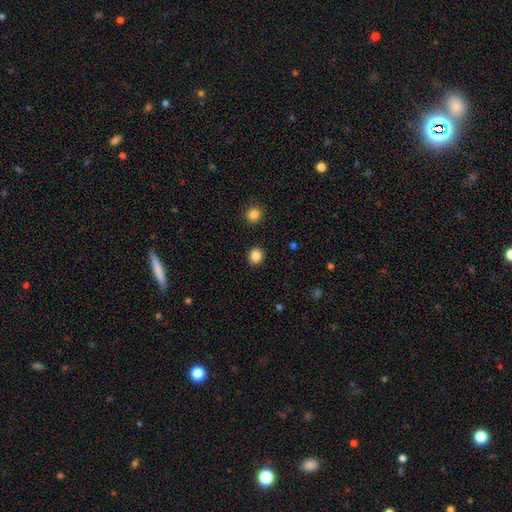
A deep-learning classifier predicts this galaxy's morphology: smooth-or-featured: smooth: 86% | star or artifact: 11% | featured or disk: 4%
  how-rounded: round: 82% | in between: 18% | cigar-shaped: 1%
  merging: none: 90% | minor disturbance: 6% | major disturbance: 2% | merger: 2%